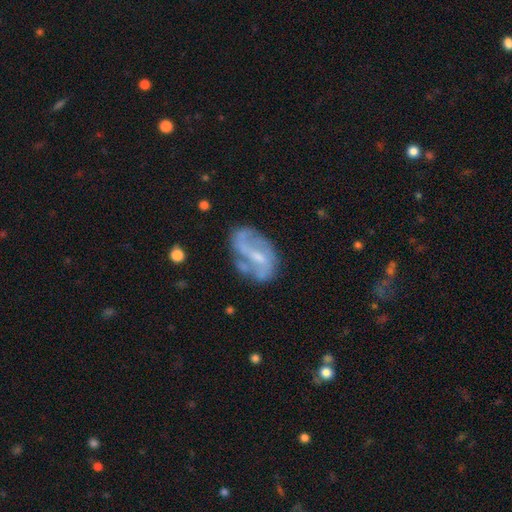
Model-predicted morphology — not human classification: featured or disk 75%, smooth 18%, star or artifact 7%. Down the decision tree: edge-on disk — no (96%); bar — weak (48%); spiral arms — yes (80%); spiral arm count — 2 (66%); spiral winding — loose (48%); bulge size — small (45%); merging — none (55%).